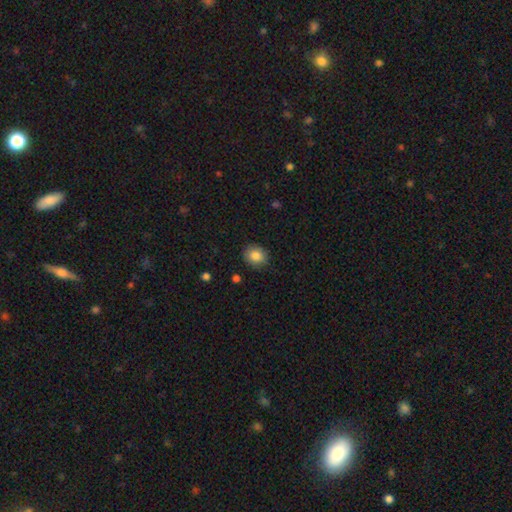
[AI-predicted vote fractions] Morphology: type=smooth (84%); roundness=round (68%); merging=none (87%).